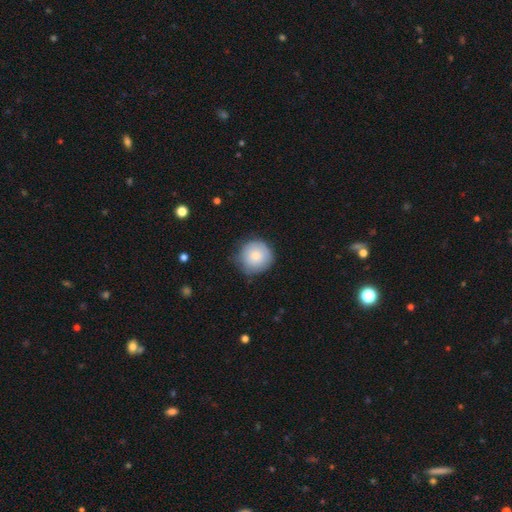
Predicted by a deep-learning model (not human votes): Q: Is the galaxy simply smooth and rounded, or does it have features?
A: smooth — 80%.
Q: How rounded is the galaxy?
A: round — 94%.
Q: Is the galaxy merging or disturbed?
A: none — 73%.